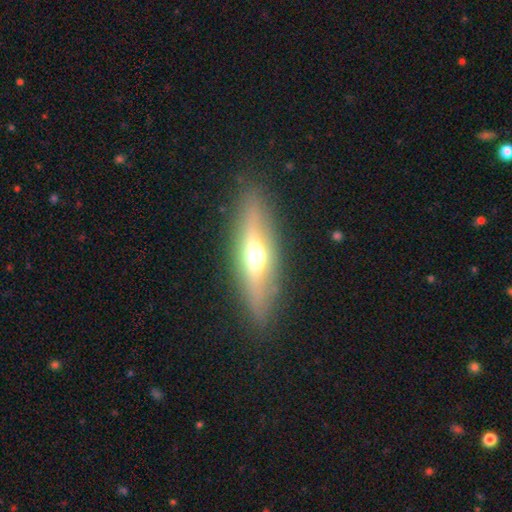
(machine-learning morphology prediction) A featured or disk galaxy (53%) viewed edge-on (76%). Merging: none (85%).